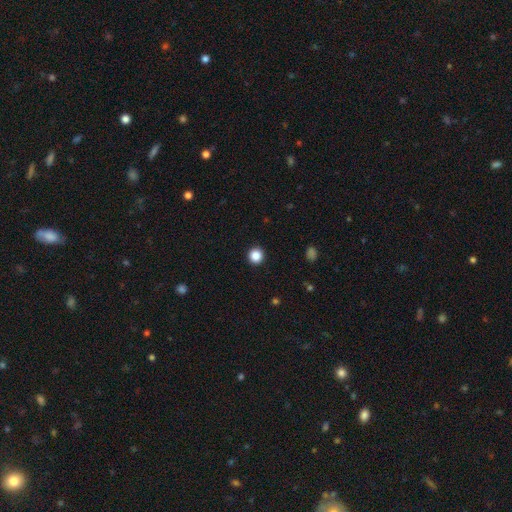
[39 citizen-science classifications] Smooth or featured: smooth — 87% (star or artifact — 10%)
How rounded: round — 100%
Merging: none — 100%